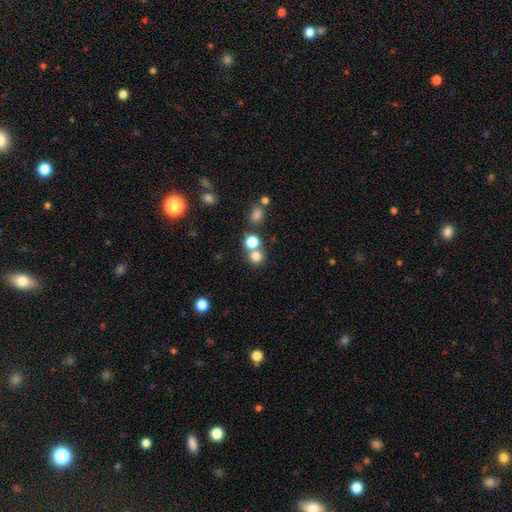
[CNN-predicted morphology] This appears to be a smooth galaxy with no disk features (77%) that is round (89%). Merging: none (59%).